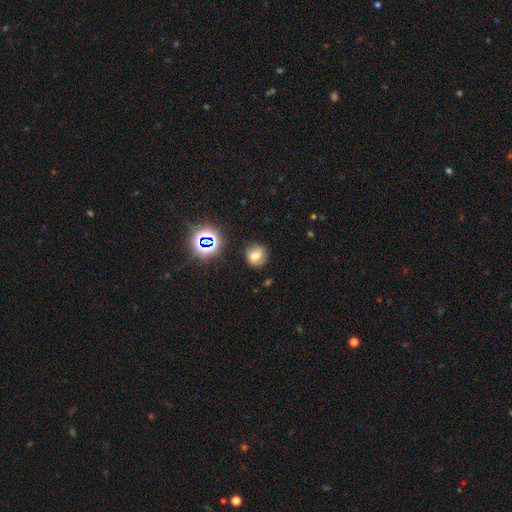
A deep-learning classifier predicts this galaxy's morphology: smooth 62%, star or artifact 20%, featured or disk 18%. Down the decision tree: how rounded — round (78%); merging — none (79%).